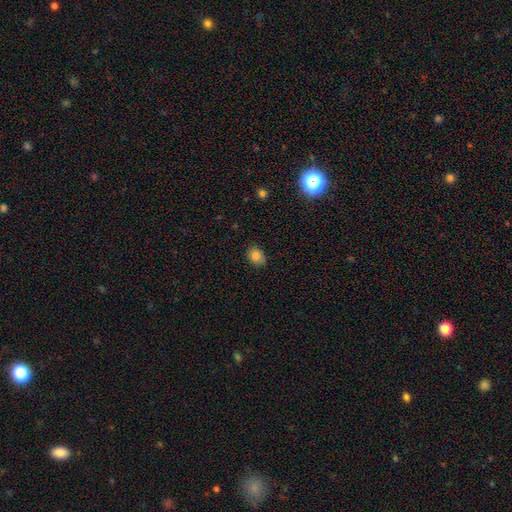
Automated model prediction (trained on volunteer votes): Q: Smooth or featured?
A: smooth (83%); runner-up: star or artifact (10%)
Q: How rounded?
A: in between (60%); runner-up: round (38%)
Q: Merging?
A: none (83%); runner-up: minor disturbance (14%)